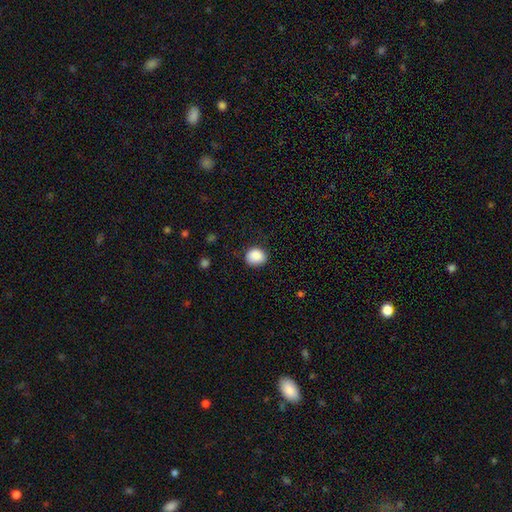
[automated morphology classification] This is clearly a smooth galaxy (89%). How rounded: likely round (70%). Merging: clearly none (81%).